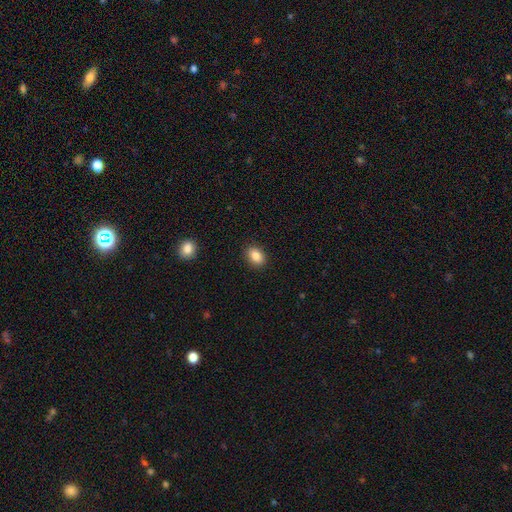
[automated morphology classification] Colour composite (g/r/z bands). It shows a smooth galaxy with no disk features (87%) that is in between round and cigar-shaped (78%). Merging: none (89%).